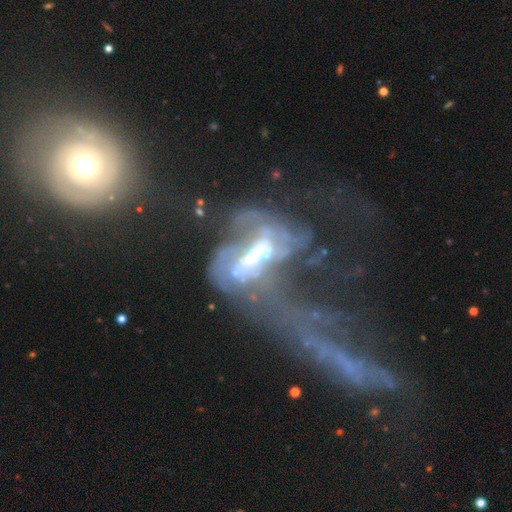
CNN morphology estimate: A featured or disk galaxy (73%) with no bar (44%), spiral arms (55%) and a moderate central bulge (61%).

Vote fractions:
- Smooth or featured? featured or disk: 73% / smooth: 15% / star or artifact: 12%
- Edge-on disk? no: 93% / yes: 7%
- Bar? no: 44% / weak: 33% / strong: 23%
- Spiral arms? yes: 55% / no: 45%
- Bulge size? moderate: 61% / small: 23% / large: 11% / none: 3% / dominant: 2%
- Merging? major disturbance: 54% / merger: 31% / none: 9% / minor disturbance: 7%